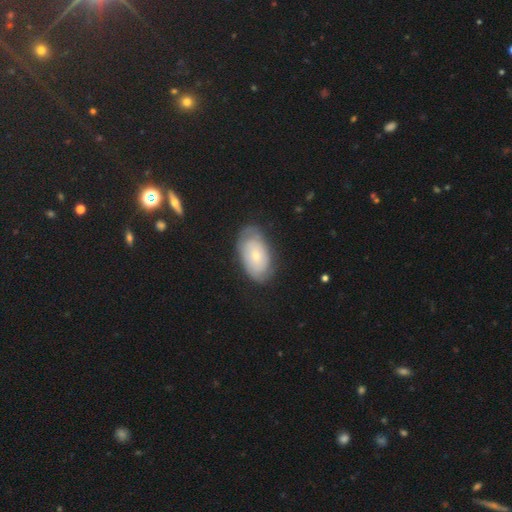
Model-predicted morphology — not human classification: A smooth galaxy with no disk features (48%). Merging: none (68%).